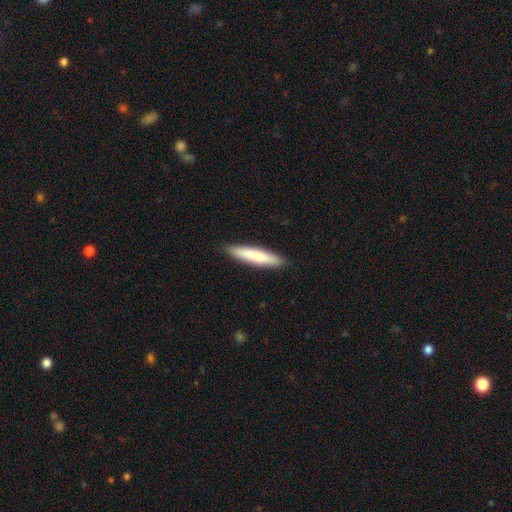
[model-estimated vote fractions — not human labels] Smooth or featured? Predicted: smooth (p=0.74). How rounded? Predicted: cigar-shaped (p=0.86). Merging? Predicted: none (p=0.89).